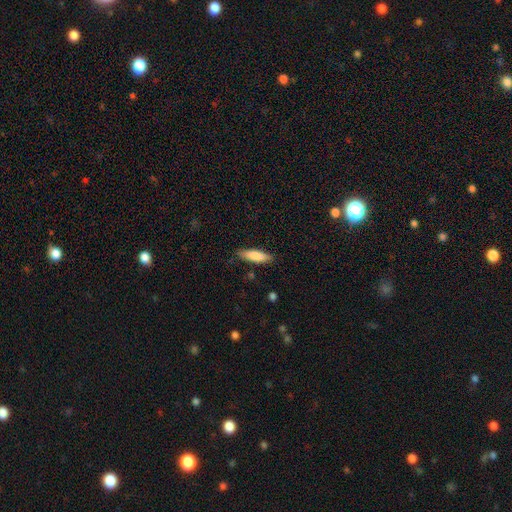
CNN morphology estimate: Smooth or featured: smooth — 83% (featured or disk — 11%)
How rounded: cigar-shaped — 58% (in between — 40%)
Merging: none — 82% (minor disturbance — 14%)